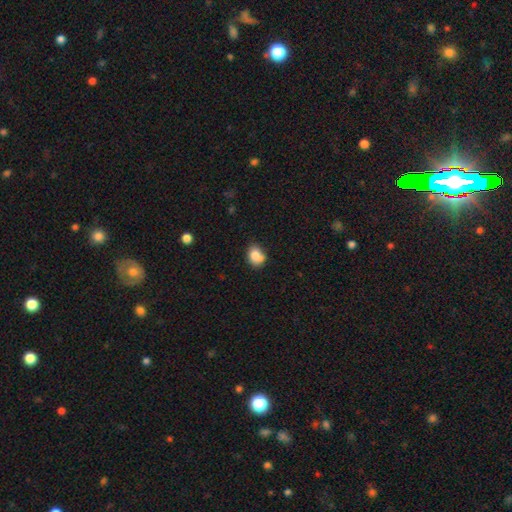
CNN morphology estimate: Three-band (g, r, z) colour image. It shows a smooth galaxy with no disk features (81%) that is in between round and cigar-shaped (52%). Merging: none (51%).